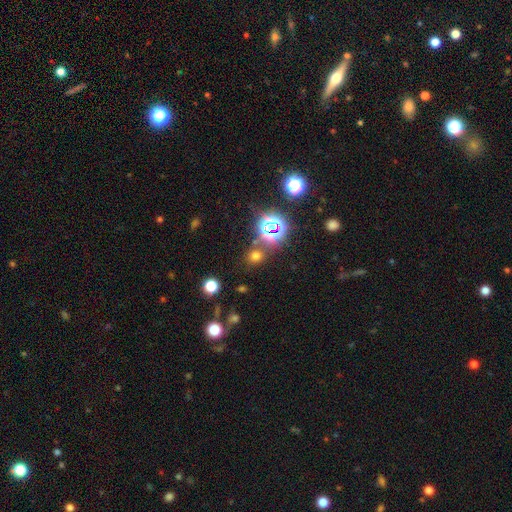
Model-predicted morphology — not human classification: The model was most divided on "smooth or featured": smooth: 57%, star or artifact: 37%, featured or disk: 6%. More confident: merging — none (77%); how rounded — round (74%).